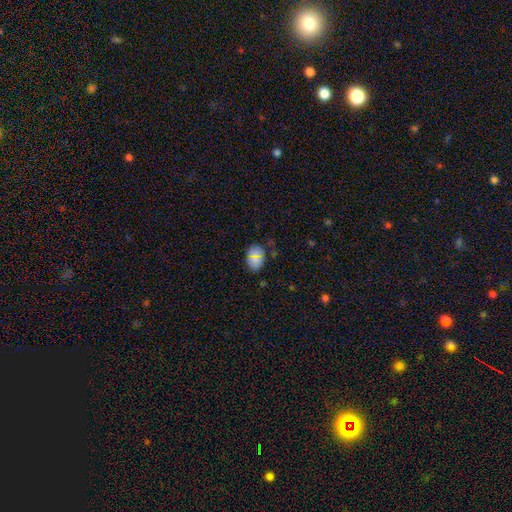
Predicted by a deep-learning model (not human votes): This appears to be a smooth galaxy with no disk features (73%) that is in between round and cigar-shaped (58%). Merging: none (84%).